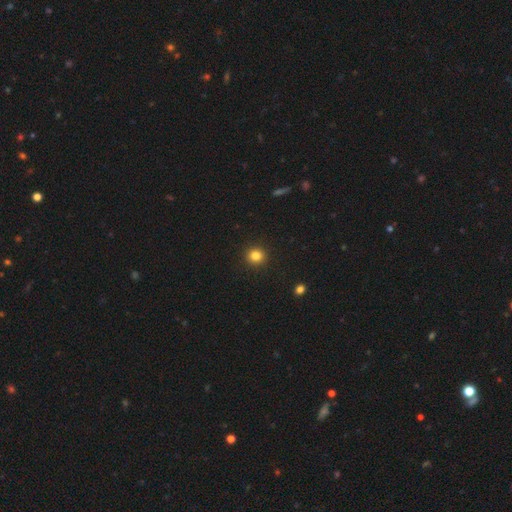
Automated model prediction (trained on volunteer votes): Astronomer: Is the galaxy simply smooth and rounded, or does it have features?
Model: smooth — 83%.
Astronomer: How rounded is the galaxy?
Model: round — 90%.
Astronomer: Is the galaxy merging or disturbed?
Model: none — 93%.